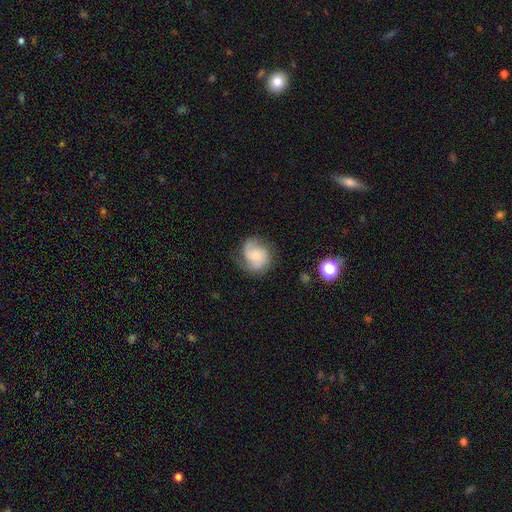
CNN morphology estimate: smooth_or_featured: featured or disk (p=0.59) [alt: smooth p=0.33]
disk_edge_on: no (p=0.98) [alt: yes p=0.02]
bar: no (p=0.69) [alt: weak p=0.26]
has_spiral_arms: yes (p=0.91) [alt: no p=0.09]
spiral_winding: medium (p=0.44) [alt: tight p=0.33]
spiral_arm_count: 2 (p=0.67) [alt: can't tell p=0.13]
bulge_size: small (p=0.49) [alt: moderate p=0.41]
merging: none (p=0.67) [alt: minor disturbance p=0.22]